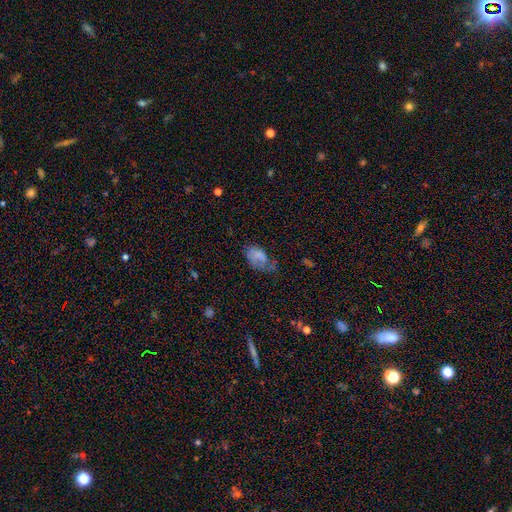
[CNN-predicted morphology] Smooth or featured? Predicted: smooth (p=0.65). How rounded? Predicted: in between (p=0.90). Merging? Predicted: minor disturbance (p=0.33).